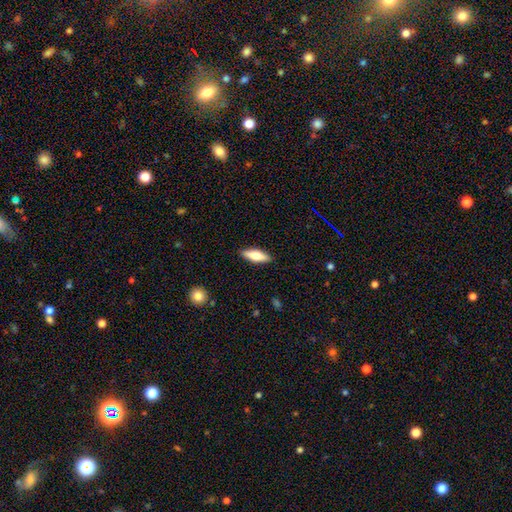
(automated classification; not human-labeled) Smooth or featured? smooth (69%)
How rounded? in between (57%)
Merging? none (89%)